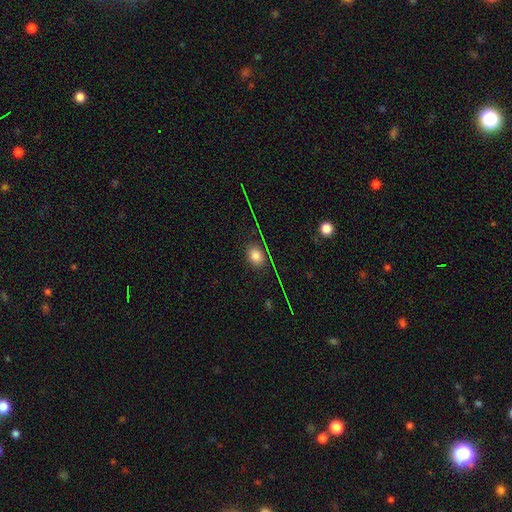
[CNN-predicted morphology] Smooth or featured? Predicted: smooth (p=0.74). How rounded? Predicted: round (p=0.50). Merging? Predicted: none (p=0.82).